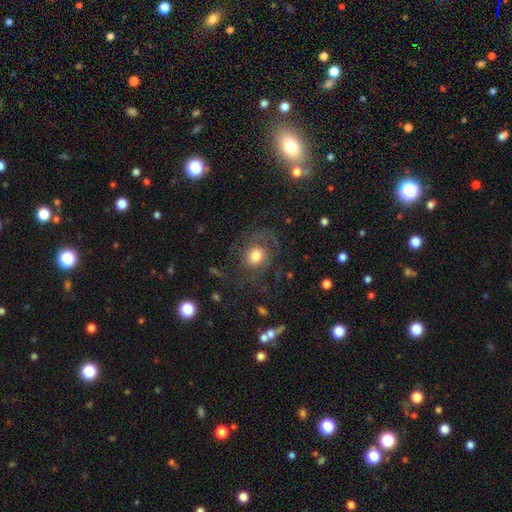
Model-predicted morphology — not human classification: Smooth or featured? featured or disk (59%)
Edge-on disk? no (97%)
Bar? no (76%)
Spiral arms? yes (82%)
Bulge size? moderate (52%)
Merging? none (59%)